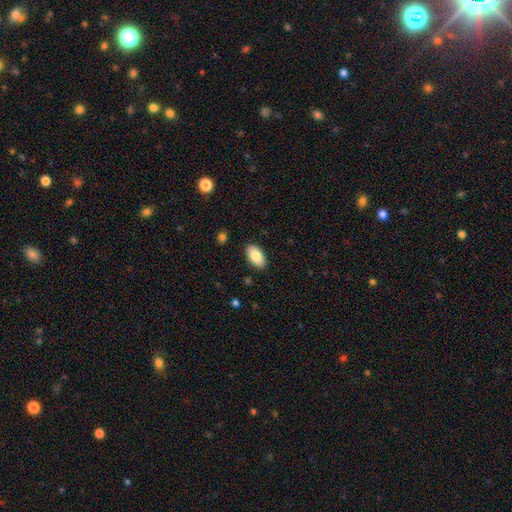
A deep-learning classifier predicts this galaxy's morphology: Smooth or featured? smooth (84%)
How rounded? in between (95%)
Merging? none (89%)